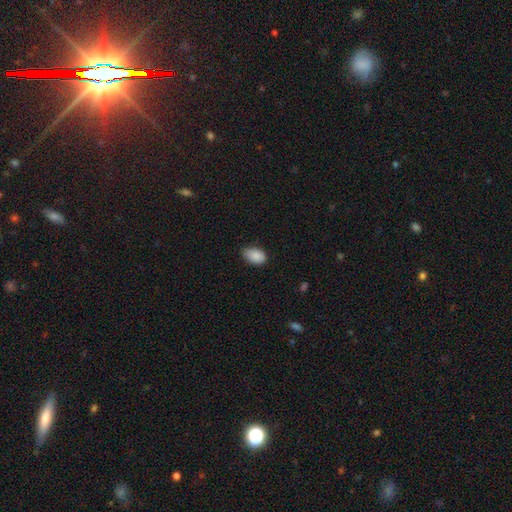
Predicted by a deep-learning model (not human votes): A smooth galaxy with no disk features (88%) that is in between round and cigar-shaped (90%).

Vote fractions:
- Smooth or featured? smooth: 88% / star or artifact: 7% / featured or disk: 5%
- How rounded? in between: 90% / round: 8% / cigar-shaped: 1%
- Merging? none: 67% / minor disturbance: 29% / major disturbance: 3% / merger: 1%